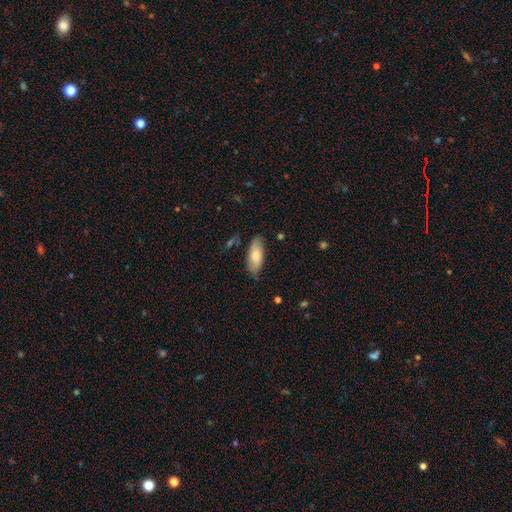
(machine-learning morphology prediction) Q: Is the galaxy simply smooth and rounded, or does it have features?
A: smooth — 77%.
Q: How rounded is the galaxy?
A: in between — 81%.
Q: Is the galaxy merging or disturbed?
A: none — 79%.